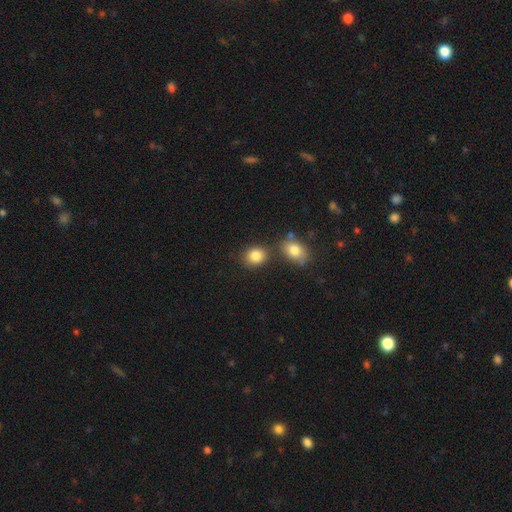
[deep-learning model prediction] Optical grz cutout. It shows a smooth galaxy with no disk features (85%) that is round (59%). Merging: none (71%).